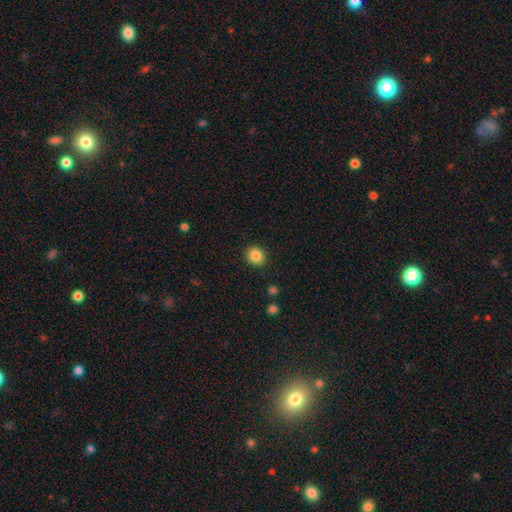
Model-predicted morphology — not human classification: A smooth galaxy with no disk features (86%) that is round (75%).

Vote fractions:
- Smooth or featured? smooth: 86% / star or artifact: 9% / featured or disk: 5%
- How rounded? round: 75% / in between: 24% / cigar-shaped: 1%
- Merging? none: 89% / minor disturbance: 7% / major disturbance: 2% / merger: 1%